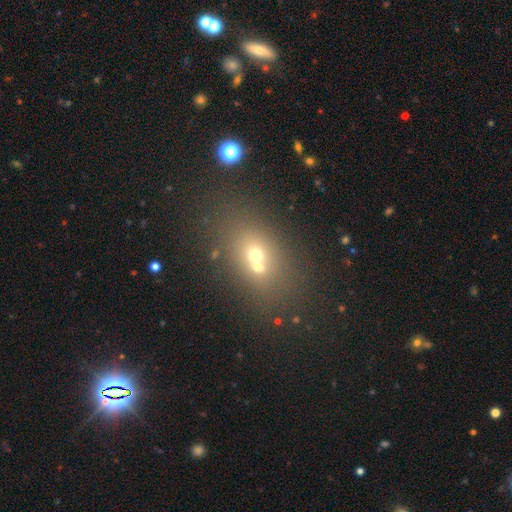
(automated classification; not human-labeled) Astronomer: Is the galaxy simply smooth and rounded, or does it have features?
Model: smooth — 56%.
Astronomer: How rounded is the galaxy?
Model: in between — 57% (runner-up: round, 41%).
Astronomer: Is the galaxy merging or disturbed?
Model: merger — 45% (runner-up: none, 43%).